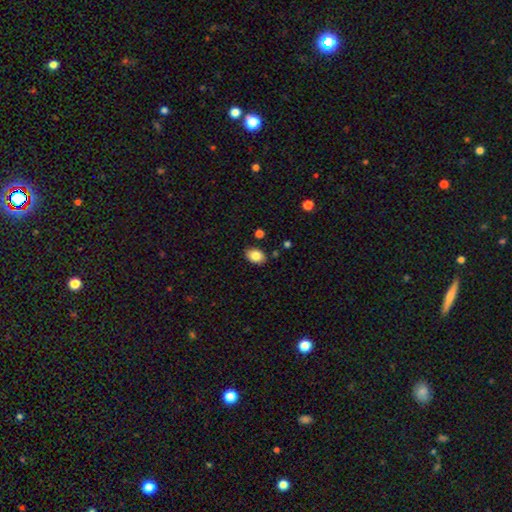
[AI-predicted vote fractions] smooth 84%, star or artifact 9%, featured or disk 7%. Down the decision tree: how rounded — in between (73%); merging — none (84%).